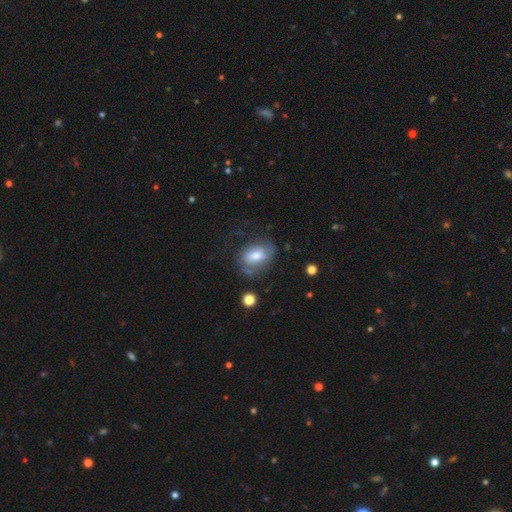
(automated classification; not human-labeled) Smooth or featured?
  - smooth: 53% *
  - featured or disk: 38%
  - star or artifact: 9%
How rounded?
  - in between: 82% *
  - round: 15%
  - cigar-shaped: 2%
Merging?
  - none: 48% *
  - minor disturbance: 26%
  - major disturbance: 22%
  - merger: 4%